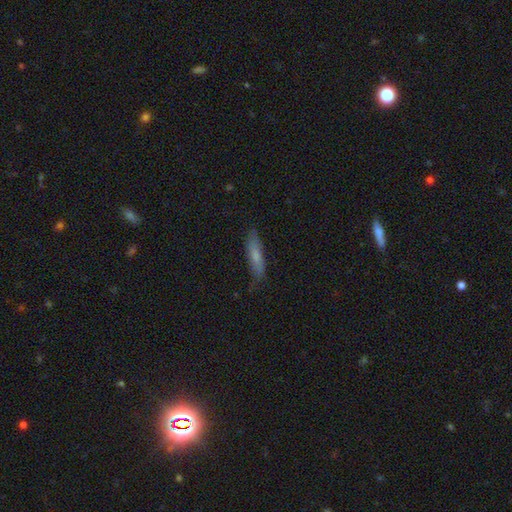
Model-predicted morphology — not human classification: This is likely a smooth galaxy (66%). How rounded: likely cigar-shaped (77%). Merging: likely none (75%).